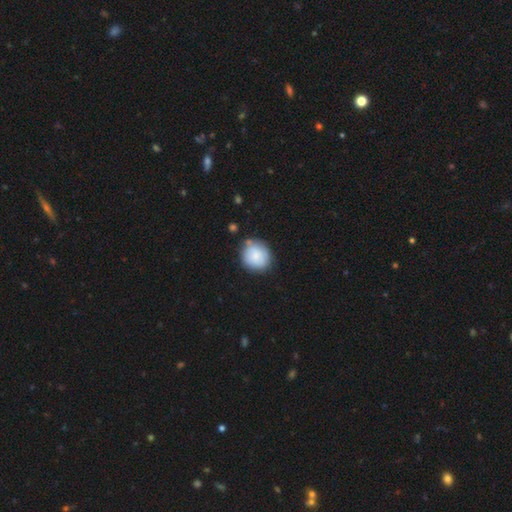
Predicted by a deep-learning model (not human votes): Overall: smooth (81%). How rounded: round (82%). Merging: none (72%).